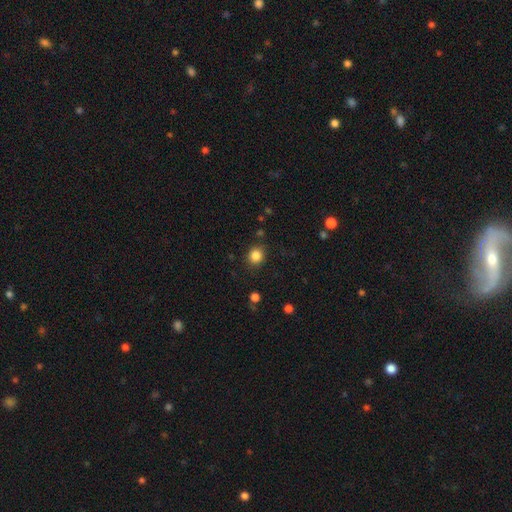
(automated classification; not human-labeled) A smooth galaxy with no disk features (85%) that is round (79%). Merging: none (86%).